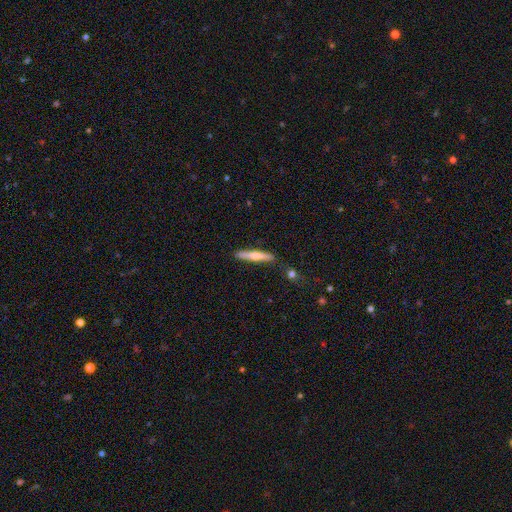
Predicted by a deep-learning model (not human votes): smooth_or_featured: smooth (p=0.60) [alt: featured or disk p=0.34]
how_rounded: cigar-shaped (p=0.93) [alt: in between p=0.06]
merging: none (p=0.85) [alt: minor disturbance p=0.10]